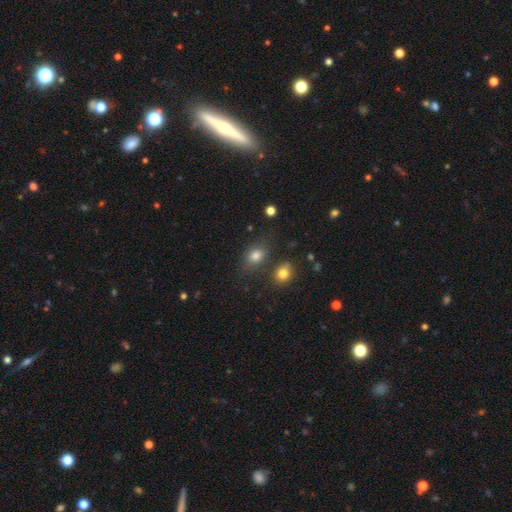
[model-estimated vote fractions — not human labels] This appears to be a smooth galaxy with no disk features (78%) that is in between round and cigar-shaped (62%). Merging: none (67%).